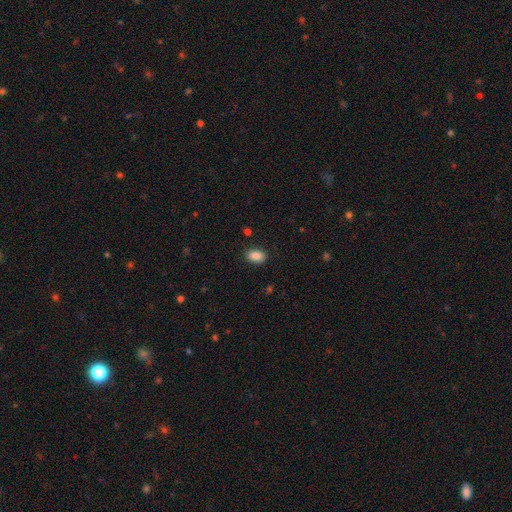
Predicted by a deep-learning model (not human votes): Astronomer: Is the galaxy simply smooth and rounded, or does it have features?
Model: smooth — 88%.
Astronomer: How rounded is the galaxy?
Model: in between — 86%.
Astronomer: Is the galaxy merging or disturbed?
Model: none — 87%.